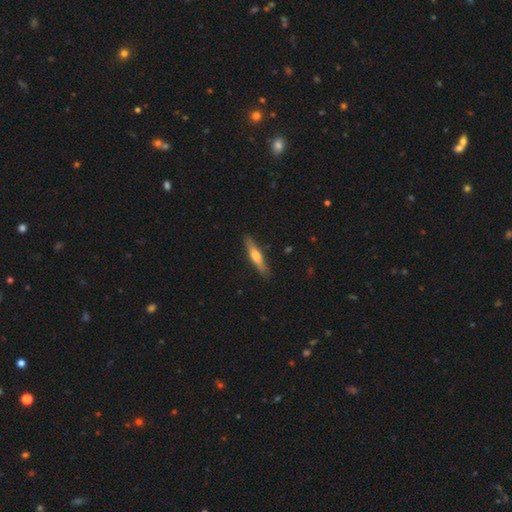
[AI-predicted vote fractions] Smooth or featured? smooth (52%)
How rounded? cigar-shaped (86%)
Merging? none (87%)